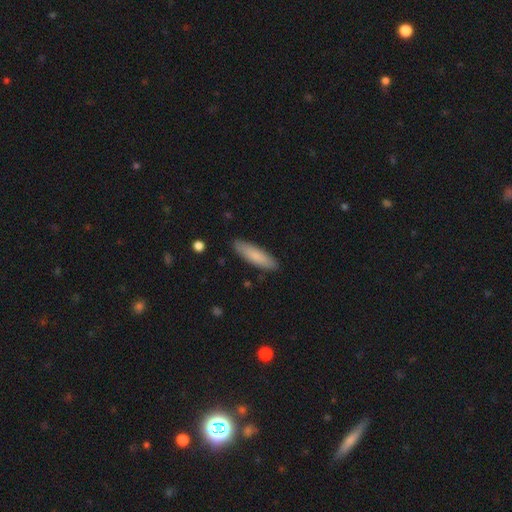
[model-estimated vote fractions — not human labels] Morphology: type=smooth (80%); roundness=cigar-shaped (64%); merging=none (88%).